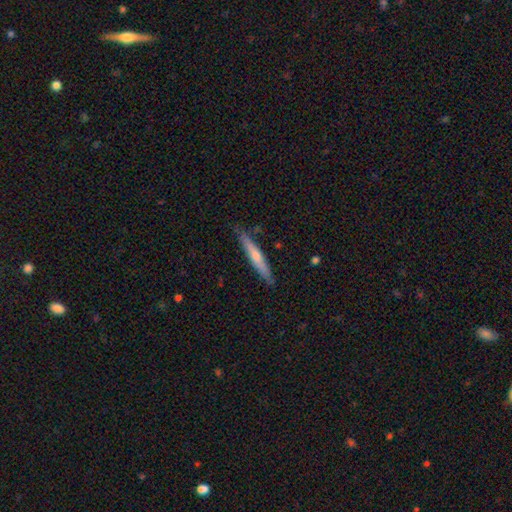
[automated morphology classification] Q: Smooth or featured?
A: featured or disk (62%); runner-up: smooth (31%)
Q: Edge-on disk?
A: yes (96%); runner-up: no (4%)
Q: Edge-on bulge?
A: rounded (74%); runner-up: none (21%)
Q: Merging?
A: none (89%); runner-up: minor disturbance (9%)